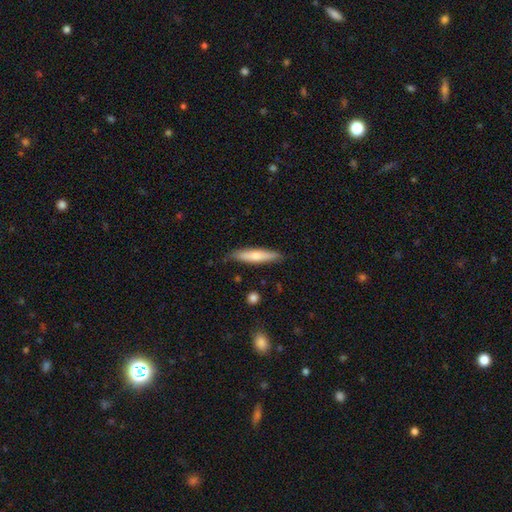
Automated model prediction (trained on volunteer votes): smooth-or-featured: smooth: 67% | featured or disk: 27% | star or artifact: 6%
  how-rounded: cigar-shaped: 85% | in between: 14% | round: 1%
  merging: none: 83% | minor disturbance: 13% | major disturbance: 2% | merger: 2%